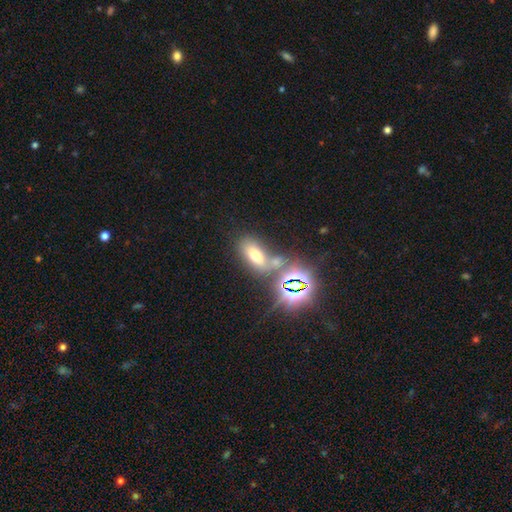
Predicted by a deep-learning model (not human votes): This appears to be a smooth galaxy with no disk features (58%) that is in between round and cigar-shaped (79%). Merging: none (52%).